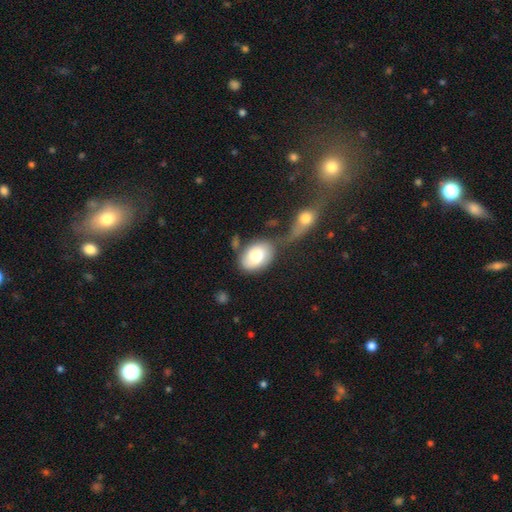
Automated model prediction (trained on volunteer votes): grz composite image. It shows a smooth galaxy with no disk features (75%) that is in between round and cigar-shaped (81%). Merging: none (40%).